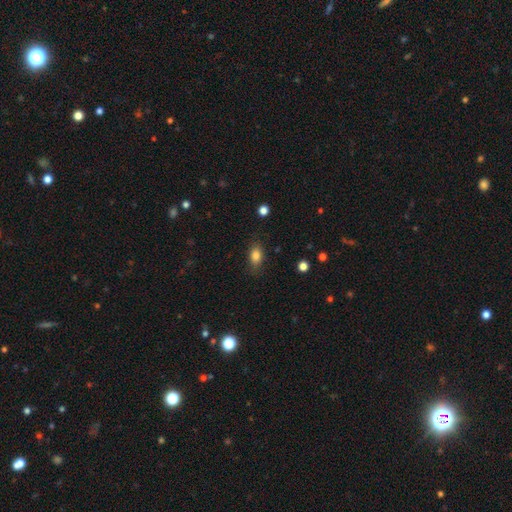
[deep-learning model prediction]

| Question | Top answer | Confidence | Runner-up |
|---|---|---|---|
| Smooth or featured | smooth | 83% | star or artifact (10%) |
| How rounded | in between | 82% | round (15%) |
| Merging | none | 81% | minor disturbance (14%) |